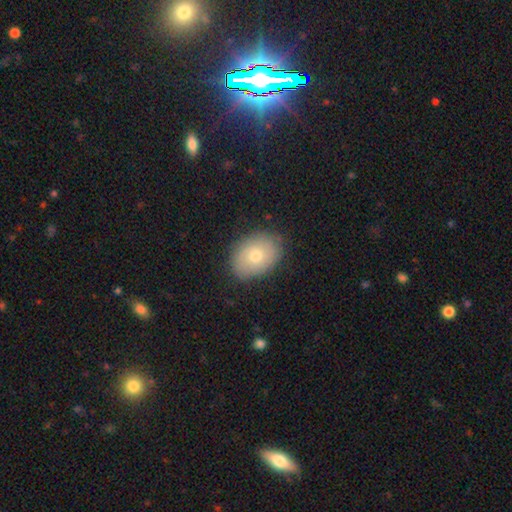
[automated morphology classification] The model was most divided on "smooth or featured": smooth: 71%, featured or disk: 21%, star or artifact: 8%. More confident: merging — none (84%); how rounded — in between (75%).